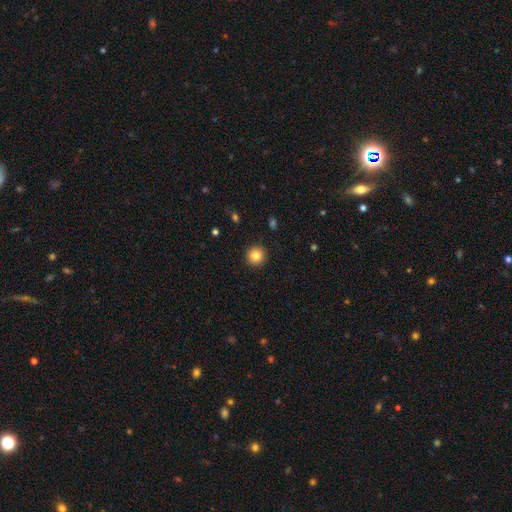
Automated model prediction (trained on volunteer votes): Smooth or featured? smooth (84%)
How rounded? round (95%)
Merging? none (92%)